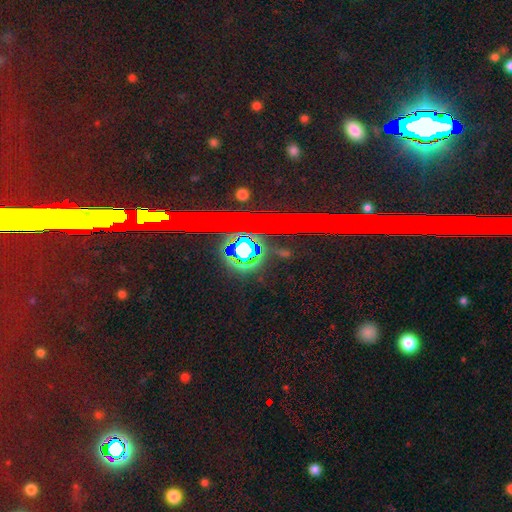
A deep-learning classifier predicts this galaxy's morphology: star or artifact 83%, featured or disk 9%, smooth 8%.